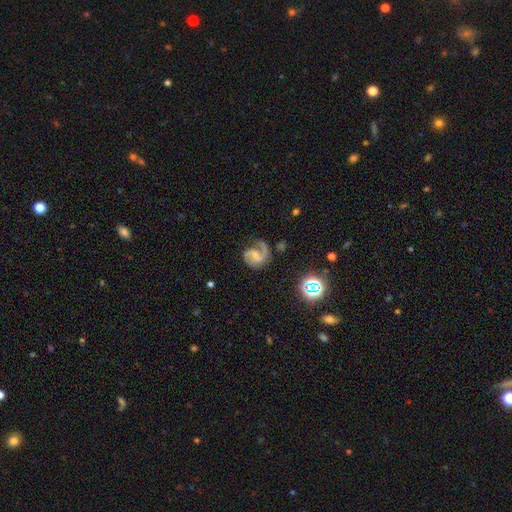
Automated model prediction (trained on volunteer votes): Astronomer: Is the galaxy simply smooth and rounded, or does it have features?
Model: featured or disk — 86%.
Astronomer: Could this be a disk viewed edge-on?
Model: no — 98%.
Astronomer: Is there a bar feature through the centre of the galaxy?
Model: weak — 47% (runner-up: no, 35%).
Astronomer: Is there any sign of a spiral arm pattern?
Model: yes — 97%.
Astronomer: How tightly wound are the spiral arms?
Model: medium — 56%.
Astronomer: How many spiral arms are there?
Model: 2 — 78%.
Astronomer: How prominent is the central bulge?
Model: small — 52%.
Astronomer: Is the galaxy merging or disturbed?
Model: none — 66%.